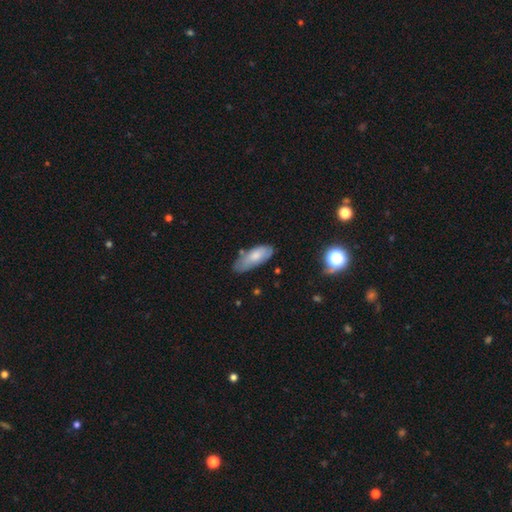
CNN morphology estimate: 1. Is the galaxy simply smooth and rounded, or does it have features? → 69% smooth, 24% featured or disk, 7% star or artifact.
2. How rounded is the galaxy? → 78% in between, 20% cigar-shaped, 2% round.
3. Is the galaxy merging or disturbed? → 53% none, 33% minor disturbance, 9% major disturbance, 5% merger.